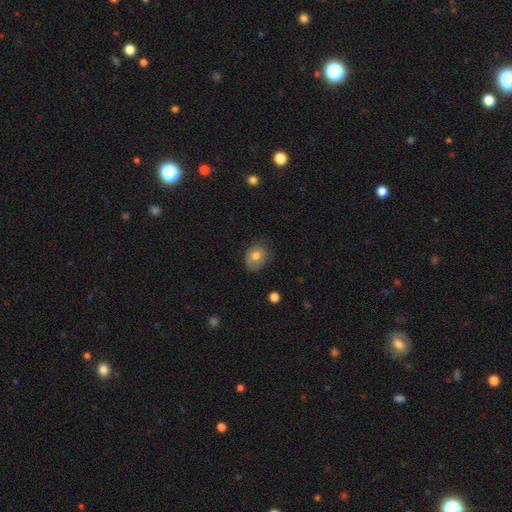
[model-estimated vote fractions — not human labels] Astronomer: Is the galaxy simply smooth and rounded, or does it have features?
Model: smooth — 74%.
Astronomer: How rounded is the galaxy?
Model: in between — 51% (runner-up: round, 48%).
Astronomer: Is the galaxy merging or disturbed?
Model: none — 65%.